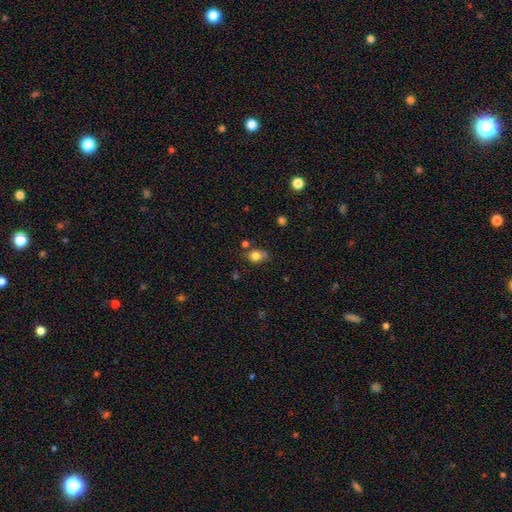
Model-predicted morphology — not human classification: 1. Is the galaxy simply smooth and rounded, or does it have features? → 81% smooth, 11% star or artifact, 8% featured or disk.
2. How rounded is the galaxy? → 52% round, 47% in between, 1% cigar-shaped.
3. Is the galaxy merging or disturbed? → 59% none, 25% minor disturbance, 10% merger, 7% major disturbance.